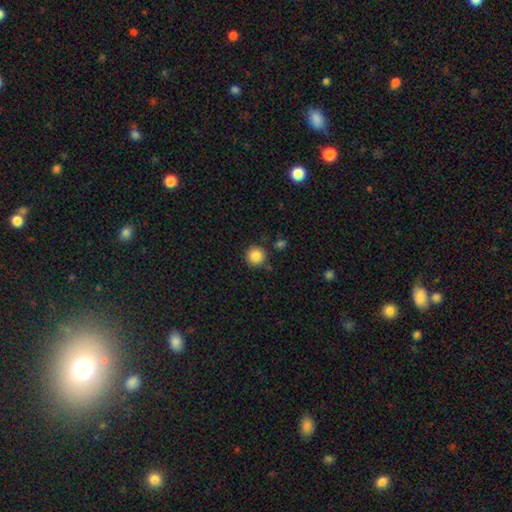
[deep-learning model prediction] smooth 87%, star or artifact 9%, featured or disk 4%. Down the decision tree: how rounded — round (95%); merging — none (86%).